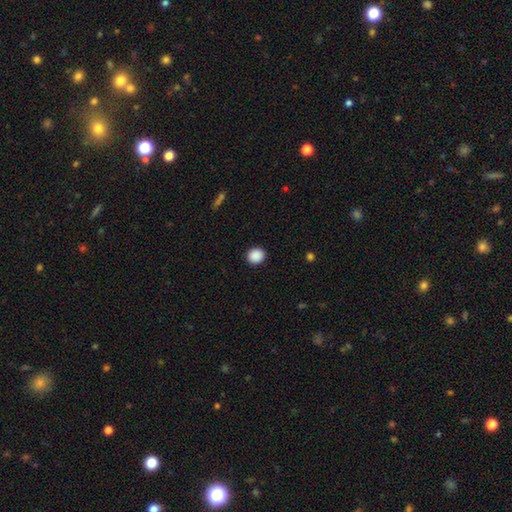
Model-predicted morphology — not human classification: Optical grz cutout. It shows a smooth galaxy with no disk features (89%) that is round (84%). Merging: none (92%).